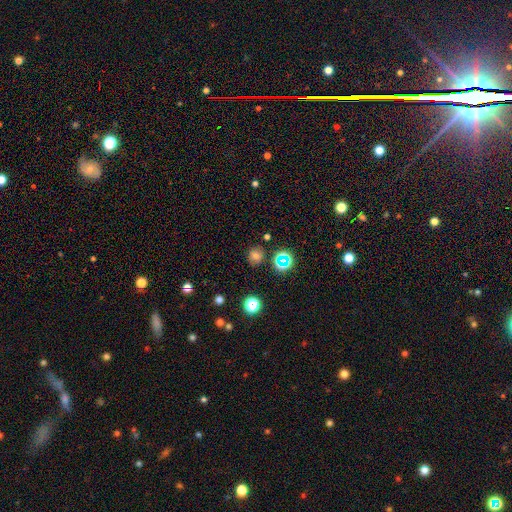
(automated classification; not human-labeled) Q: Smooth or featured?
A: smooth (64%); runner-up: star or artifact (26%)
Q: How rounded?
A: round (88%); runner-up: in between (11%)
Q: Merging?
A: none (83%); runner-up: minor disturbance (9%)